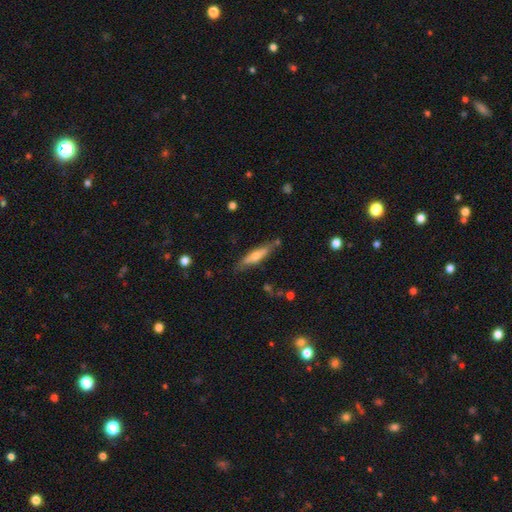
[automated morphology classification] smooth-or-featured: smooth: 52% | featured or disk: 42% | star or artifact: 6%
  how-rounded: cigar-shaped: 79% | in between: 19% | round: 2%
  merging: none: 75% | minor disturbance: 17% | merger: 4% | major disturbance: 4%